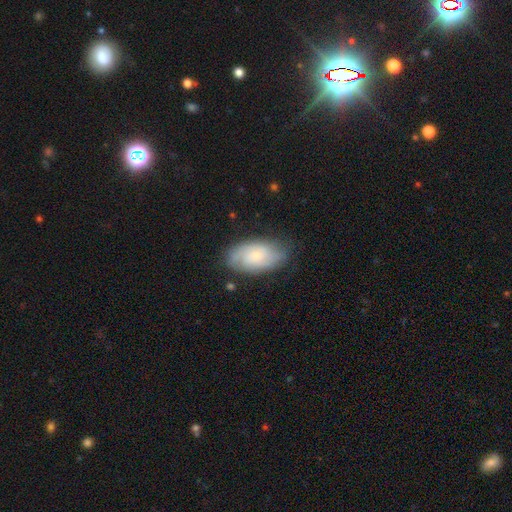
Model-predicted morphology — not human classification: Overall: smooth (51%; featured or disk 42%). How rounded: in between (93%). Merging: none (74%).